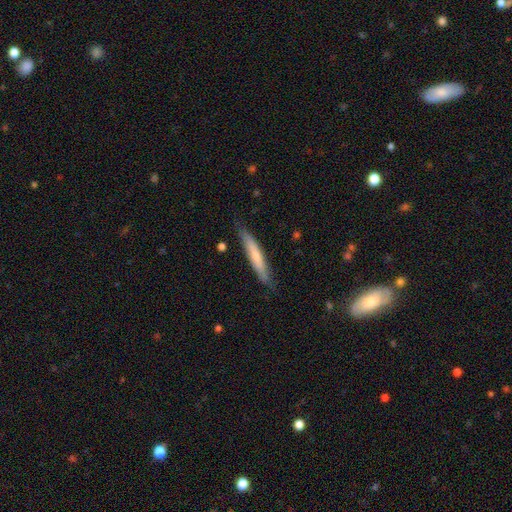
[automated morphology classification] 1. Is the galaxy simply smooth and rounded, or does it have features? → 62% smooth, 33% featured or disk, 5% star or artifact.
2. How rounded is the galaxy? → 93% cigar-shaped, 6% in between, 1% round.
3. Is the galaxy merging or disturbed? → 82% none, 14% minor disturbance, 2% major disturbance, 1% merger.